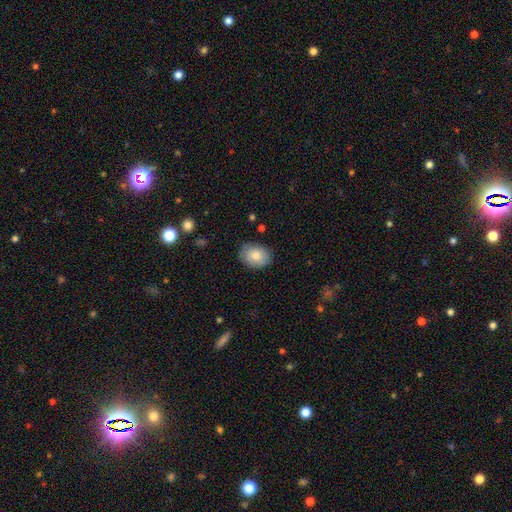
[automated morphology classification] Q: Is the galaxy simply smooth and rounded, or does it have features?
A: smooth — 79%.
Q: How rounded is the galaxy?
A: in between — 69%.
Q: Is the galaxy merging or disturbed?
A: none — 81%.